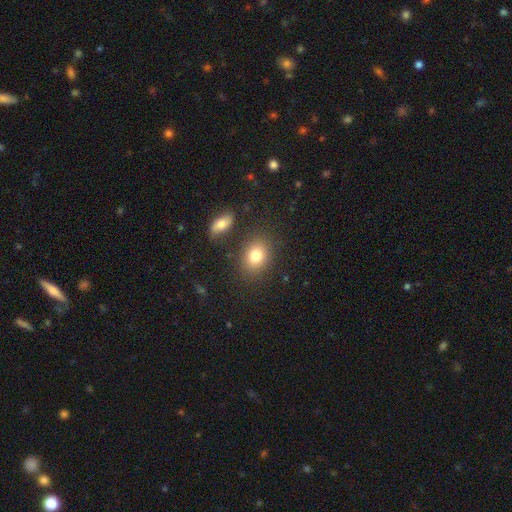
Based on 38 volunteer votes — Smooth or featured?
  - smooth: 89% *
  - star or artifact: 8%
  - featured or disk: 3%
How rounded?
  - in between: 62% *
  - round: 38%
  - cigar-shaped: 0%
Merging?
  - none: 86% *
  - merger: 9%
  - minor disturbance: 6%
  - major disturbance: 0%